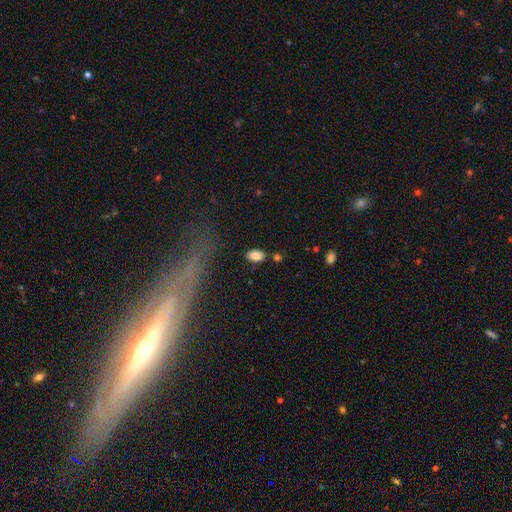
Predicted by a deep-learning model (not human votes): Morphology: type=smooth (84%); roundness=in between (90%); merging=none (81%).